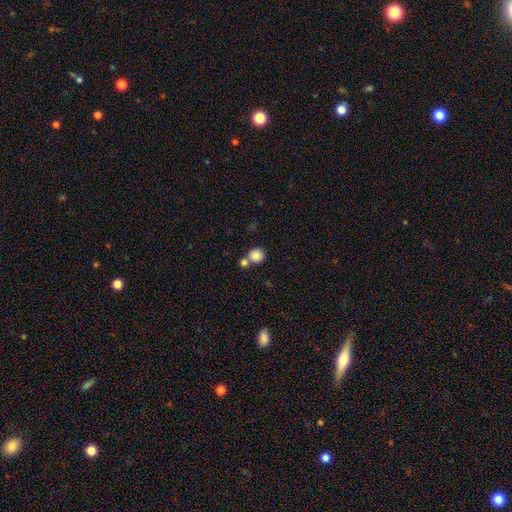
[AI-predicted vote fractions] Q: Smooth or featured?
A: smooth (85%); runner-up: star or artifact (9%)
Q: How rounded?
A: round (91%); runner-up: in between (8%)
Q: Merging?
A: none (60%); runner-up: merger (29%)